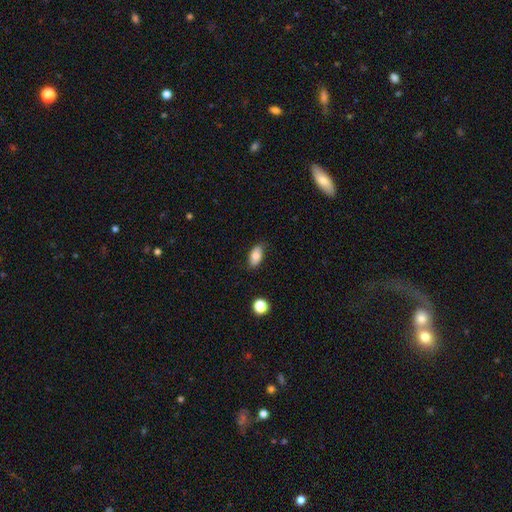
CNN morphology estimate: type=smooth (81%); roundness=in between (91%); merging=none (83%).